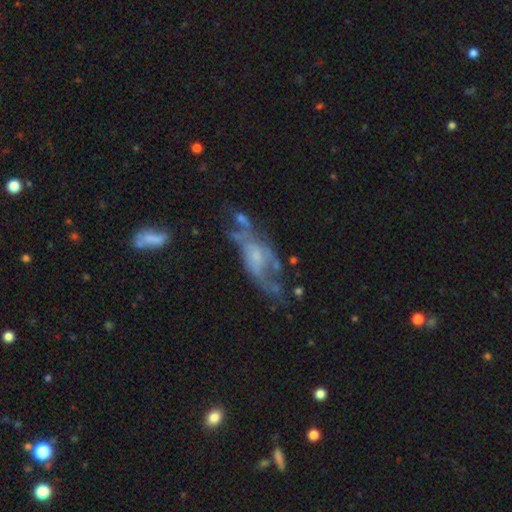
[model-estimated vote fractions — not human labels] Morphology: type=featured or disk (67%); edge-on=no (86%); bar=no (69%); spiral arms=yes (62%); bulge=small (53%); merging=none (35%).